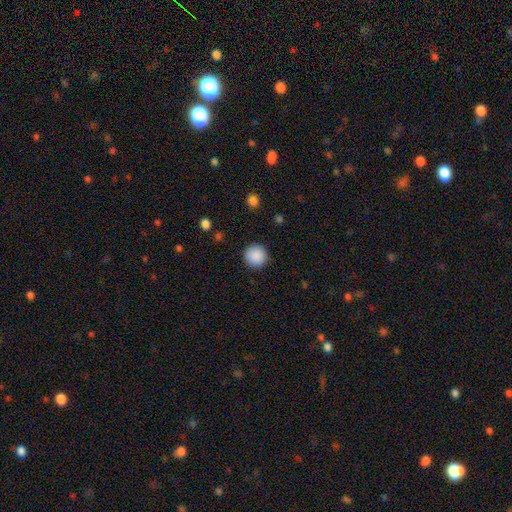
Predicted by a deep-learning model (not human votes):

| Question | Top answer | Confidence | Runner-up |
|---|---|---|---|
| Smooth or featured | smooth | 89% | star or artifact (8%) |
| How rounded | round | 96% | in between (3%) |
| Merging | none | 91% | minor disturbance (6%) |